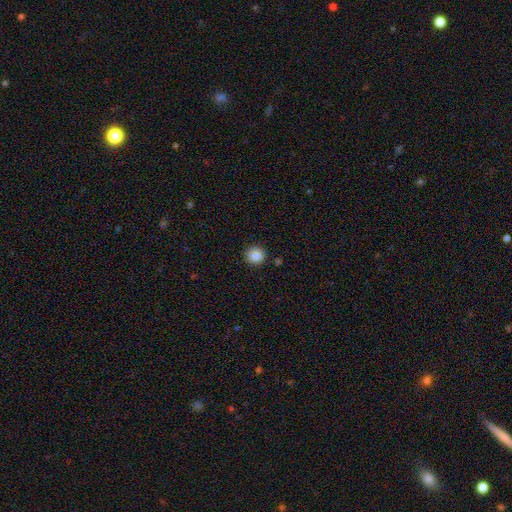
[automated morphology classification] This appears to be a smooth galaxy with no disk features (87%) that is round (94%). Merging: none (90%).